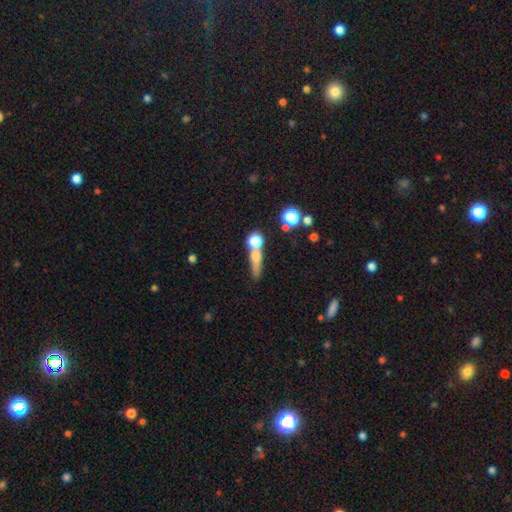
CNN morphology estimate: Smooth or featured?
  - smooth: 58% *
  - featured or disk: 26%
  - star or artifact: 16%
How rounded?
  - cigar-shaped: 50% *
  - round: 29%
  - in between: 21%
Merging?
  - none: 46% *
  - merger: 32%
  - minor disturbance: 13%
  - major disturbance: 9%